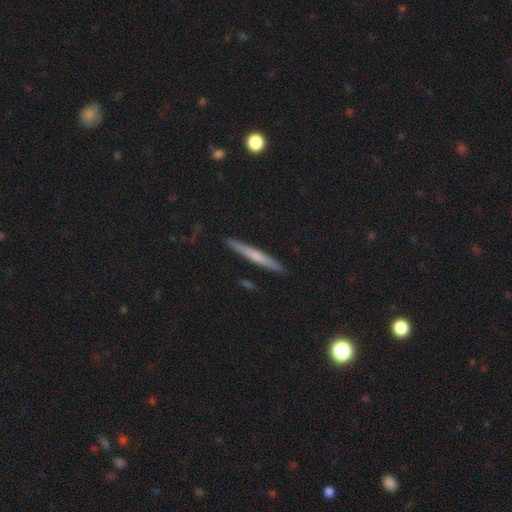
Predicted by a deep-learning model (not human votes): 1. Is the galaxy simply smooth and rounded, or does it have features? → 50% smooth, 45% featured or disk, 6% star or artifact.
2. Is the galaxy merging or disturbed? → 90% none, 7% minor disturbance, 1% major disturbance, 1% merger.